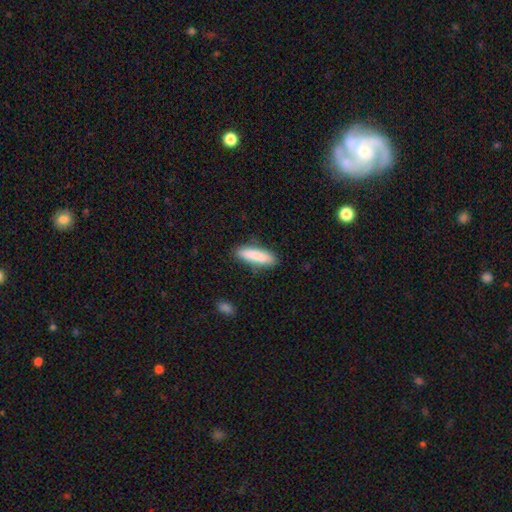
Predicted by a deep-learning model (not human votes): This appears to be a smooth galaxy with no disk features (85%) that is cigar-shaped (71%). Merging: none (84%).